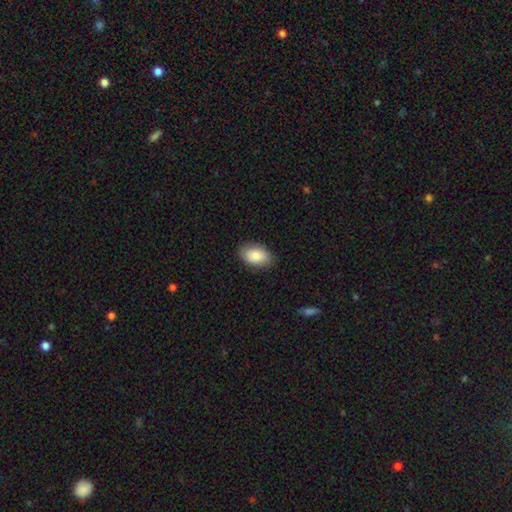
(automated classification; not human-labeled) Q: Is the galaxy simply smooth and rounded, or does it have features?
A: smooth — 86%.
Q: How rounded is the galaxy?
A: in between — 93%.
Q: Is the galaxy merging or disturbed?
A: none — 85%.